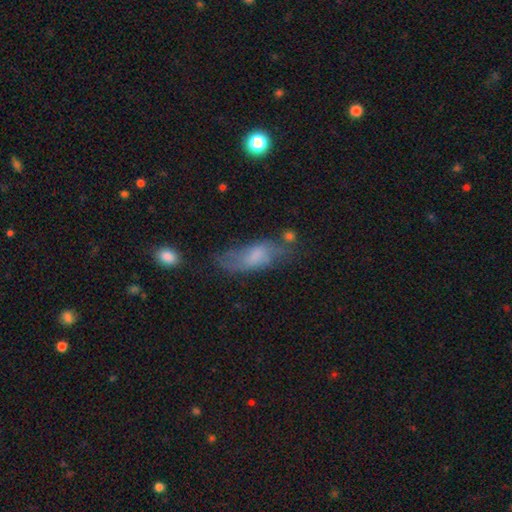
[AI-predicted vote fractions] Smooth or featured? smooth (54%)
How rounded? in between (68%)
Merging? none (50%)